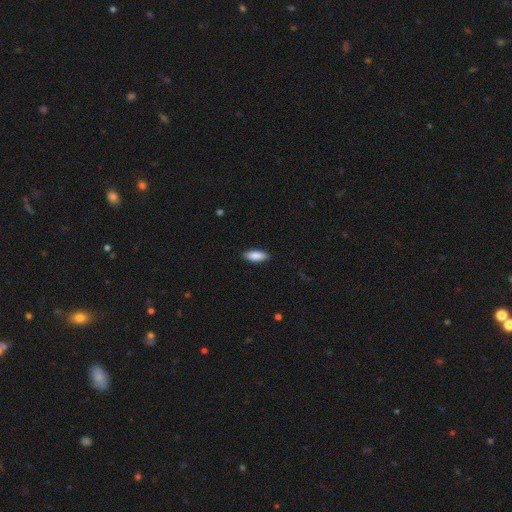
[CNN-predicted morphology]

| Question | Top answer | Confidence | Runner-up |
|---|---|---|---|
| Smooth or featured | smooth | 88% | featured or disk (6%) |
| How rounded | in between | 76% | cigar-shaped (22%) |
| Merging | none | 88% | minor disturbance (9%) |